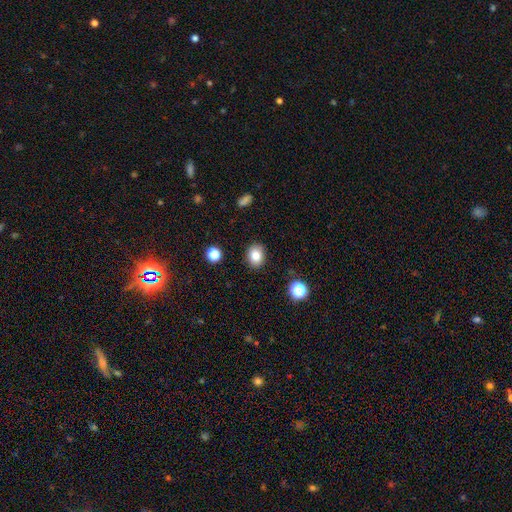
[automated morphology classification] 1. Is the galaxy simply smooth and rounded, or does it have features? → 82% smooth, 11% star or artifact, 7% featured or disk.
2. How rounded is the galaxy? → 53% round, 47% in between, 1% cigar-shaped.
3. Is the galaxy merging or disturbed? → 87% none, 9% minor disturbance, 2% major disturbance, 2% merger.